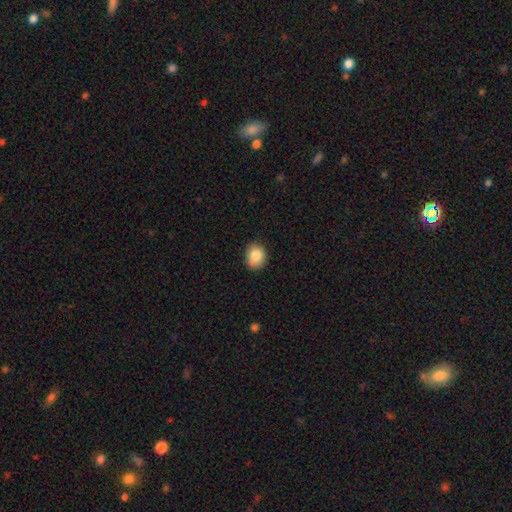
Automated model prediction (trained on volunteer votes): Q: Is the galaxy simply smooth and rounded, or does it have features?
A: smooth — 83%.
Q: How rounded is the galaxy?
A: round — 53%.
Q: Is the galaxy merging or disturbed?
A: none — 80%.